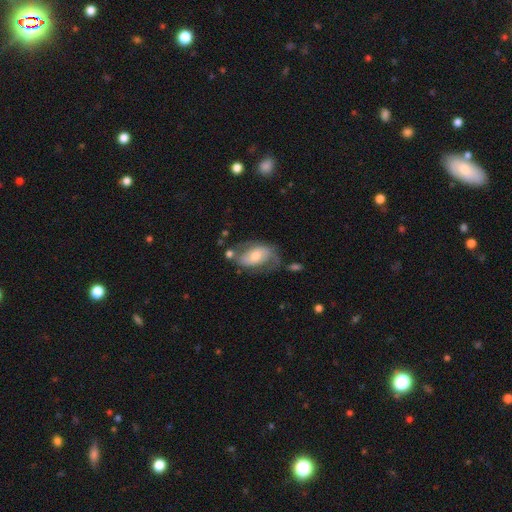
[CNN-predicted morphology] Smooth or featured?
  - featured or disk: 60% *
  - smooth: 33%
  - star or artifact: 6%
Edge-on disk?
  - no: 94% *
  - yes: 6%
Bar?
  - no: 49% *
  - weak: 34%
  - strong: 17%
Spiral arms?
  - yes: 77% *
  - no: 23%
Bulge size?
  - moderate: 58% *
  - small: 31%
  - large: 8%
  - none: 2%
  - dominant: 1%
Merging?
  - none: 49% *
  - minor disturbance: 25%
  - major disturbance: 18%
  - merger: 8%